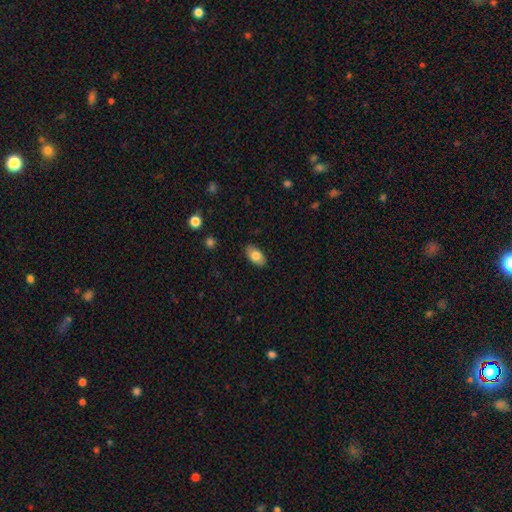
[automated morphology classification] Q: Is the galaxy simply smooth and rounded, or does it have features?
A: smooth — 81%.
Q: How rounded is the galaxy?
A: in between — 93%.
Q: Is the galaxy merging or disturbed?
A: none — 86%.